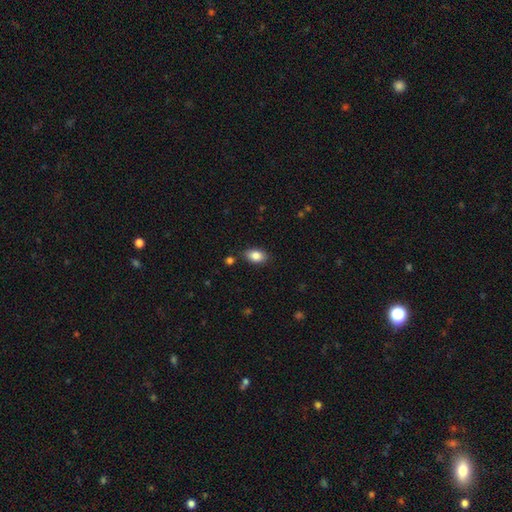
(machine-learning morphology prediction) Smooth or featured? smooth (86%)
How rounded? in between (89%)
Merging? none (83%)